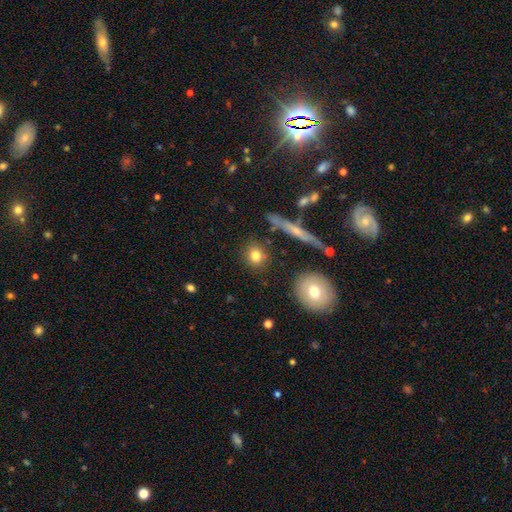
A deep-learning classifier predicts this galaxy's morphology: Overall: smooth (79%). How rounded: round (75%). Merging: none (84%).